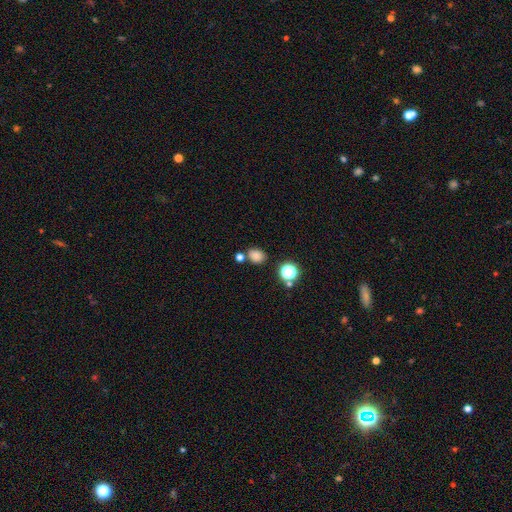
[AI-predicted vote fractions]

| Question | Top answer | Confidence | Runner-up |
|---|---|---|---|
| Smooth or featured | smooth | 80% | star or artifact (16%) |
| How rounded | round | 53% | in between (46%) |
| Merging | none | 71% | merger (13%) |